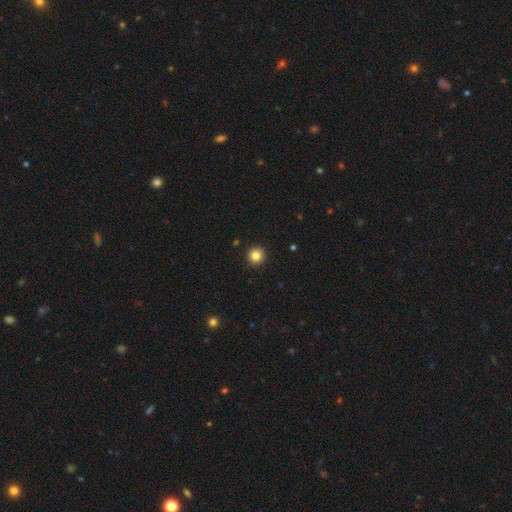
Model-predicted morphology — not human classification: The model was most divided on "smooth or featured": smooth: 84%, star or artifact: 11%, featured or disk: 5%. More confident: how rounded — round (95%); merging — none (93%).